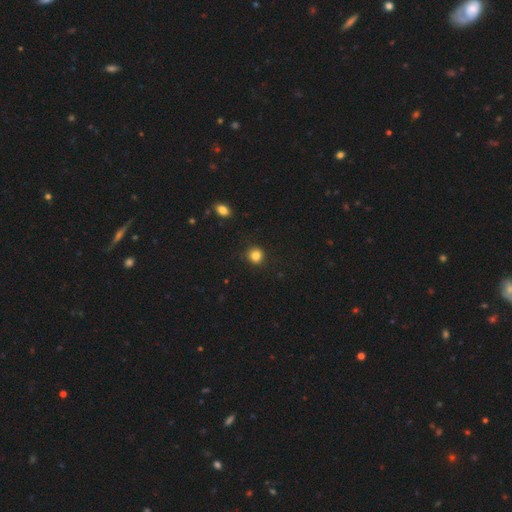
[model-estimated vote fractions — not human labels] smooth_or_featured: smooth (p=0.84) [alt: star or artifact p=0.12]
how_rounded: round (p=0.90) [alt: in between p=0.09]
merging: none (p=0.89) [alt: minor disturbance p=0.07]